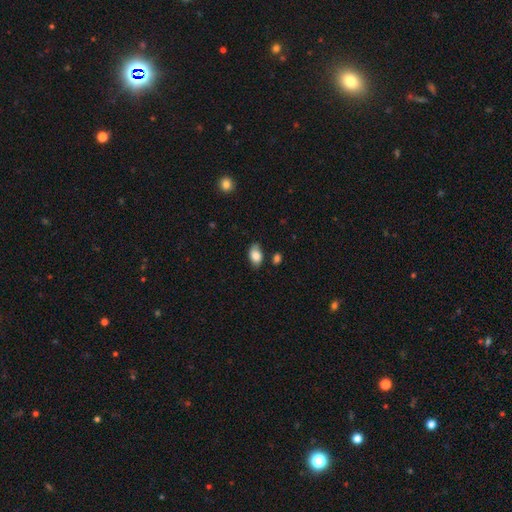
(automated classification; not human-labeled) Q: Smooth or featured?
A: smooth (84%); runner-up: featured or disk (9%)
Q: How rounded?
A: in between (90%); runner-up: round (8%)
Q: Merging?
A: none (72%); runner-up: minor disturbance (21%)